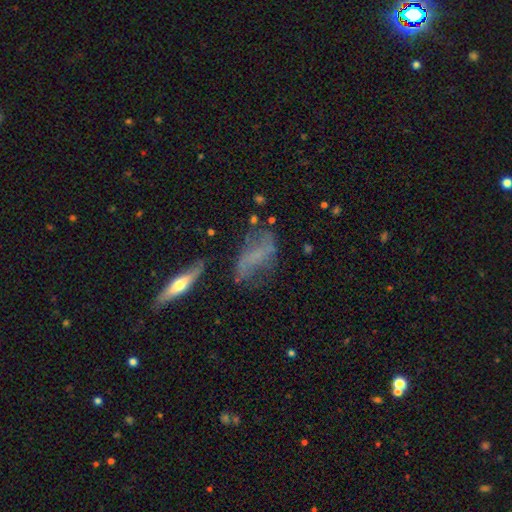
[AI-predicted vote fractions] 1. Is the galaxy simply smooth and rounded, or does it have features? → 53% featured or disk, 33% smooth, 14% star or artifact.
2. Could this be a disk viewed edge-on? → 78% no, 22% yes.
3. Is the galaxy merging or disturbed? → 51% none, 26% minor disturbance, 19% major disturbance, 5% merger.